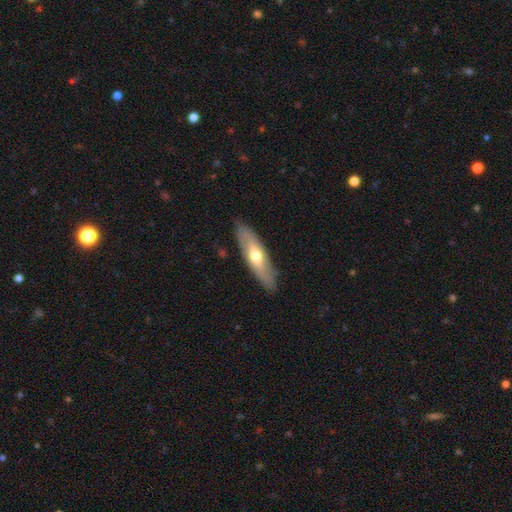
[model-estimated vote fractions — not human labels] Q: Smooth or featured?
A: featured or disk (48%); runner-up: smooth (47%)
Q: Merging?
A: none (85%); runner-up: minor disturbance (12%)